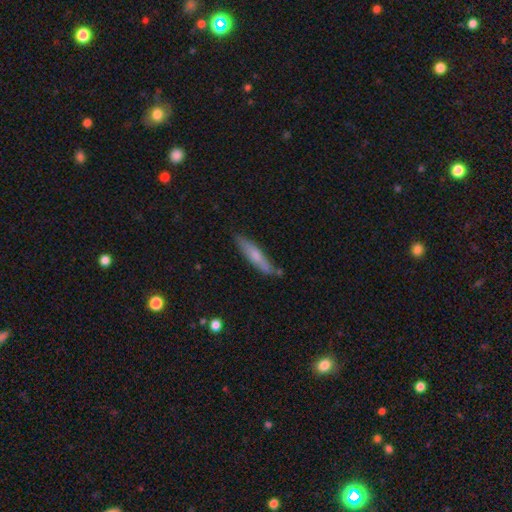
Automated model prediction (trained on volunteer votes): Smooth or featured: smooth — 61% (featured or disk — 33%)
How rounded: cigar-shaped — 86% (in between — 13%)
Merging: none — 77% (minor disturbance — 16%)